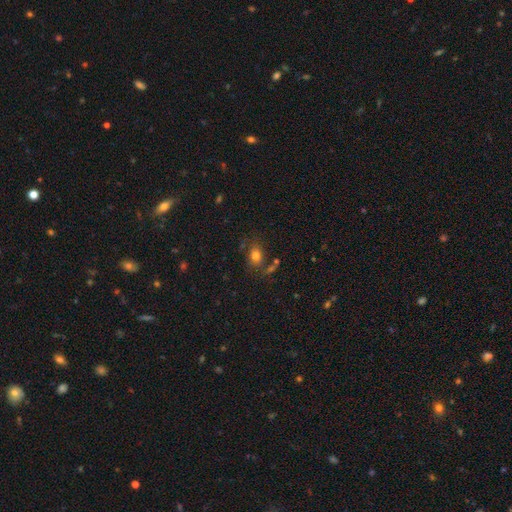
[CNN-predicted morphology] A smooth galaxy with no disk features (76%) that is in between round and cigar-shaped (62%). Merging: none (67%).